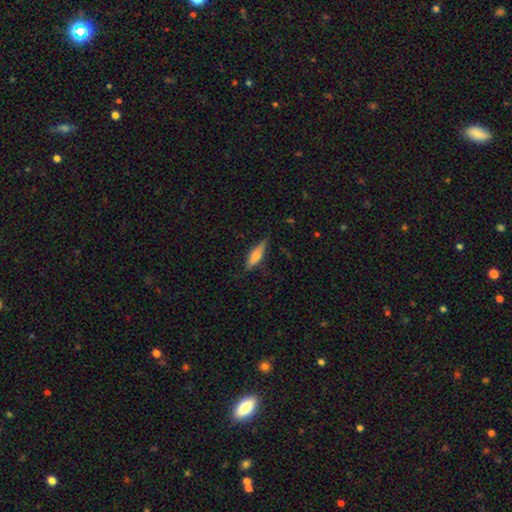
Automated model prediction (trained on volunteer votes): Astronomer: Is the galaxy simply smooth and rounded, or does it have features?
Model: smooth — 59%.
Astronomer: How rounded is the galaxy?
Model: cigar-shaped — 64%.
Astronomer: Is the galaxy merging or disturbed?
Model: none — 76%.